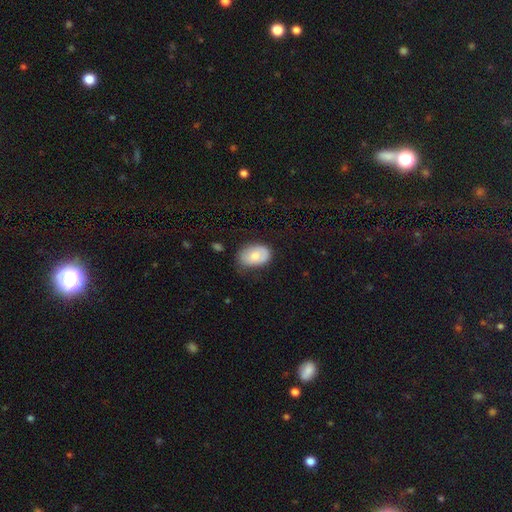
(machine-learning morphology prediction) This is likely a smooth galaxy (72%). How rounded: clearly in between (87%). Merging: possibly none (60%).